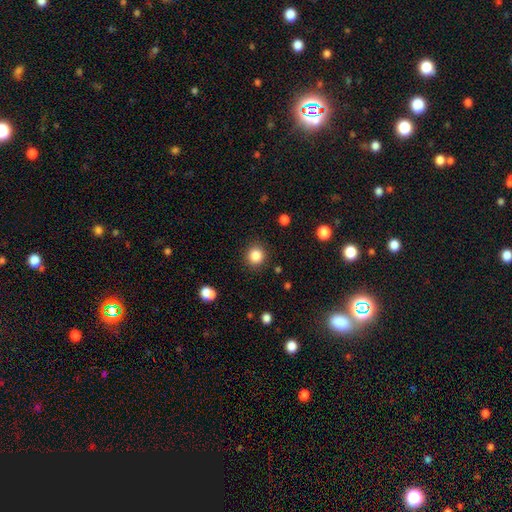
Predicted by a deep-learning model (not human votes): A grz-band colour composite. It shows a smooth galaxy with no disk features (85%) that is round (91%). Merging: none (90%).